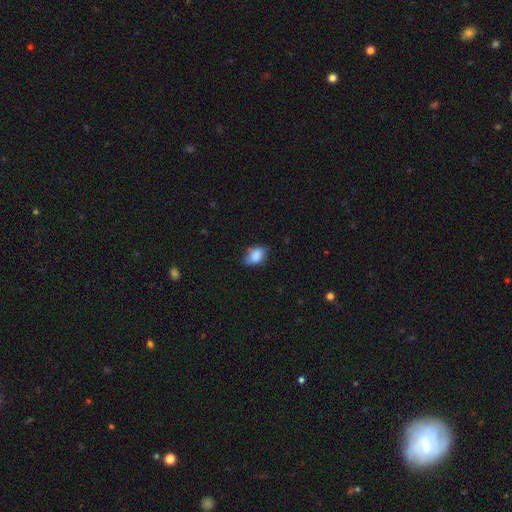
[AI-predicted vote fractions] Smooth or featured: smooth — 84% (featured or disk — 8%)
How rounded: in between — 80% (round — 18%)
Merging: none — 61% (minor disturbance — 31%)